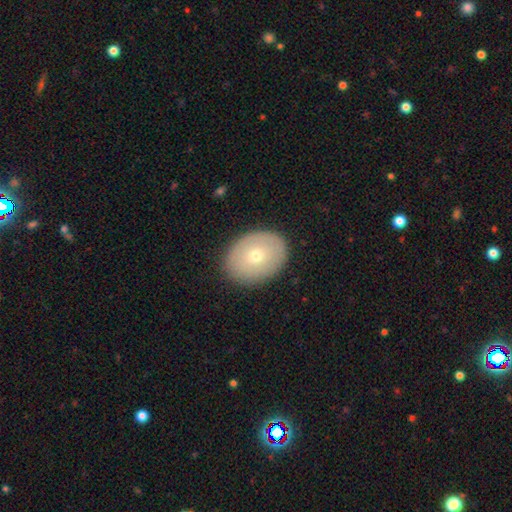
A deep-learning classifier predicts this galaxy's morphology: type=smooth (62%); roundness=in between (63%); merging=none (87%).